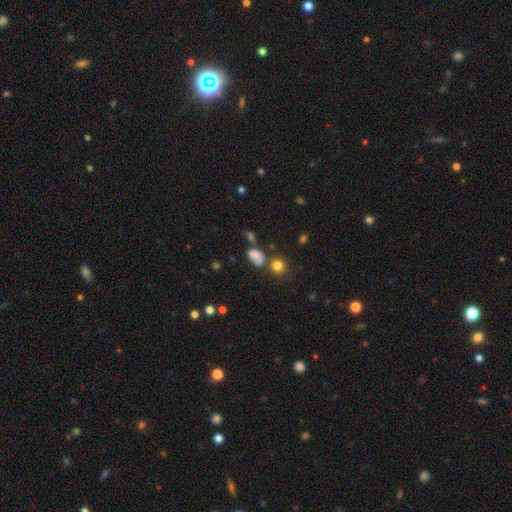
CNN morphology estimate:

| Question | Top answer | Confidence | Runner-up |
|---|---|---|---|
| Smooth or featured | smooth | 71% | star or artifact (16%) |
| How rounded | in between | 76% | round (21%) |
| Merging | none | 41% | minor disturbance (23%) |